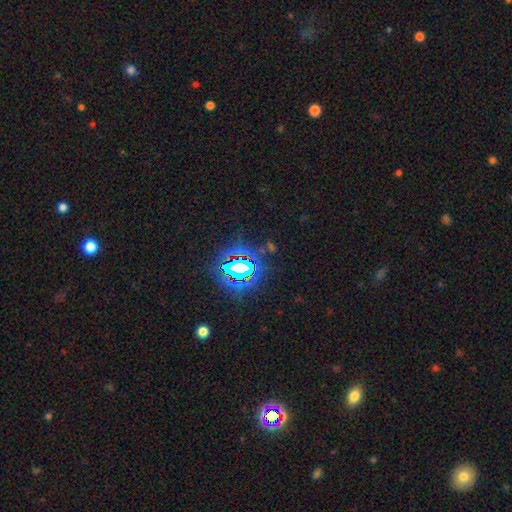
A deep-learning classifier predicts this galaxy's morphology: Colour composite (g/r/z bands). It shows a star or artifact, not a galaxy (81%).